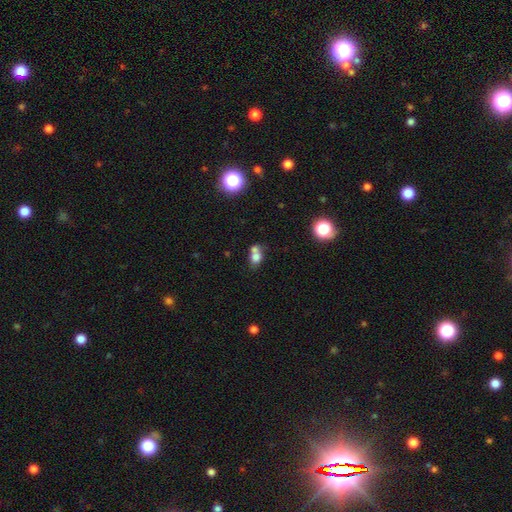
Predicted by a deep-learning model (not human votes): Morphology: type=smooth (72%); roundness=round (55%); merging=merger (57%).